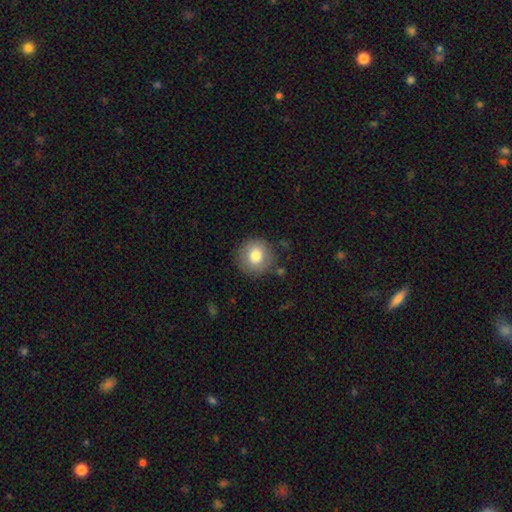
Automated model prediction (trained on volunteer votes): A smooth galaxy with no disk features (80%) that is round (93%). Merging: none (84%).